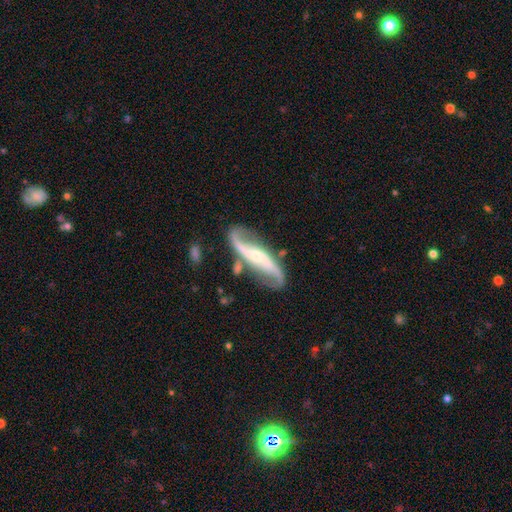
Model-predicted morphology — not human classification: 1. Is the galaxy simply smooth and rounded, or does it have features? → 89% featured or disk, 7% smooth, 5% star or artifact.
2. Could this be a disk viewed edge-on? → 91% no, 9% yes.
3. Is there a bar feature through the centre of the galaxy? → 37% no, 32% strong, 31% weak.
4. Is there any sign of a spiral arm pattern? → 97% yes, 3% no.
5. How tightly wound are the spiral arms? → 68% loose, 24% medium, 8% tight.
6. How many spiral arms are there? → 93% 2, 2% can't tell, 2% 1, 1% 3, 1% 4, 1% more than 4.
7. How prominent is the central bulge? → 59% small, 30% moderate, 6% none, 3% large, 1% dominant.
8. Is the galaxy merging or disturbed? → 73% none, 15% minor disturbance, 6% major disturbance, 5% merger.